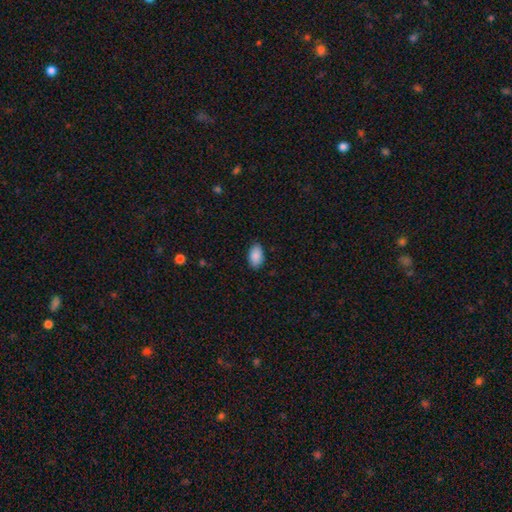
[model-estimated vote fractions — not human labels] Overall: smooth (90%). How rounded: in between (94%). Merging: none (87%).